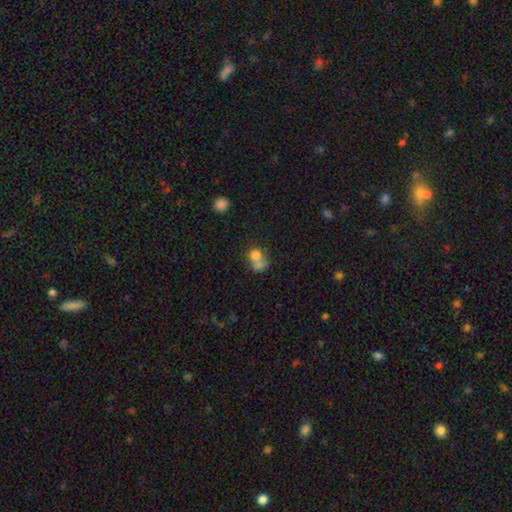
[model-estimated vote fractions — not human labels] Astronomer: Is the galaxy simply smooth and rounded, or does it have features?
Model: smooth — 74%.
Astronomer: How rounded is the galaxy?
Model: round — 71%.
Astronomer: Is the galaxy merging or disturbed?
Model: merger — 58%.